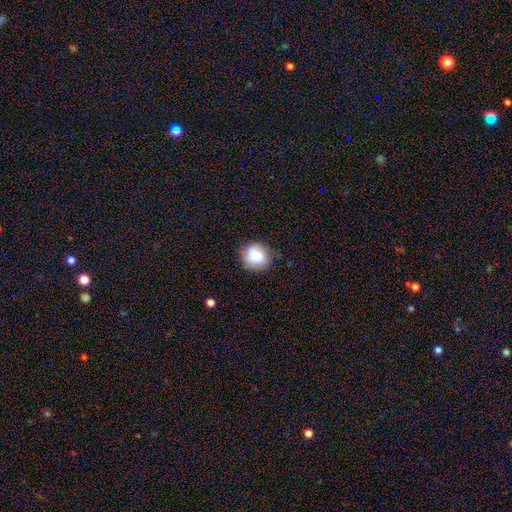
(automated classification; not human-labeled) Smooth or featured?
  - smooth: 78% *
  - featured or disk: 14%
  - star or artifact: 9%
How rounded?
  - round: 88% *
  - in between: 12%
  - cigar-shaped: 1%
Merging?
  - none: 79% *
  - minor disturbance: 16%
  - major disturbance: 4%
  - merger: 1%